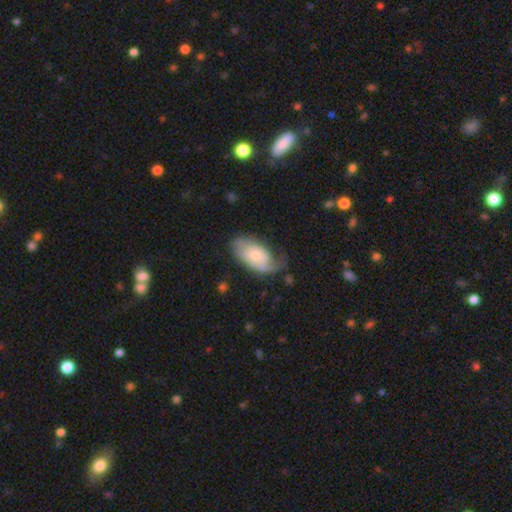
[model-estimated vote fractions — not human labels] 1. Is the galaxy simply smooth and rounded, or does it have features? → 49% featured or disk, 45% smooth, 6% star or artifact.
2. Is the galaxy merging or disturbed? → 48% none, 30% minor disturbance, 20% major disturbance, 2% merger.